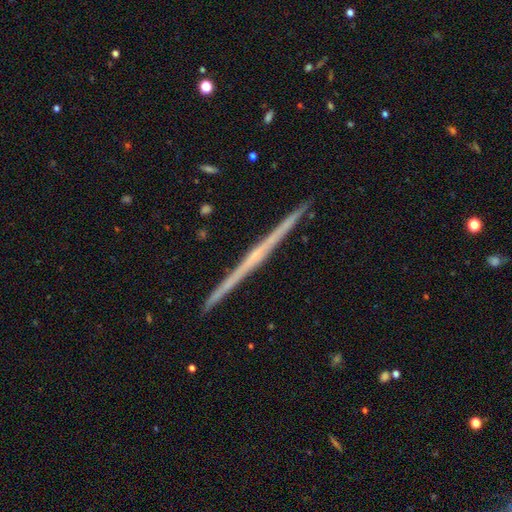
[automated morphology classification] This appears to be a featured or disk galaxy (80%) viewed edge-on (99%) with no central bulge (58%). Merging: none (93%).